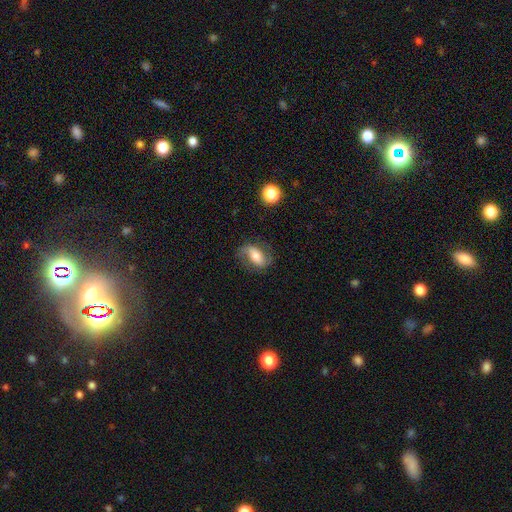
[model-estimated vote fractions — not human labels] smooth-or-featured: featured or disk: 53% | smooth: 38% | star or artifact: 8%
  disk-edge-on: no: 91% | yes: 9%
  merging: none: 70% | minor disturbance: 19% | major disturbance: 9% | merger: 2%